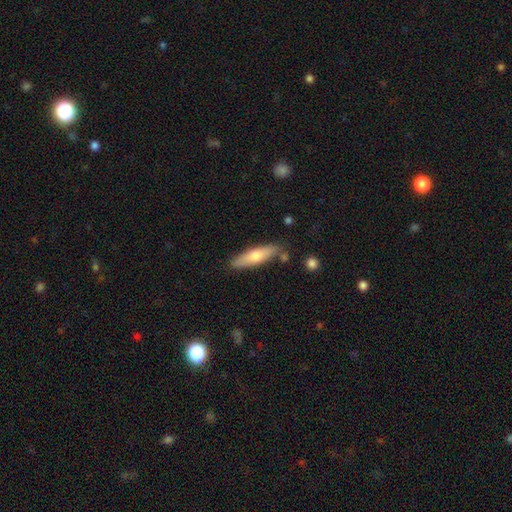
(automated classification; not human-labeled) Overall: smooth (61%; featured or disk 33%). How rounded: cigar-shaped (70%). Merging: none (82%).